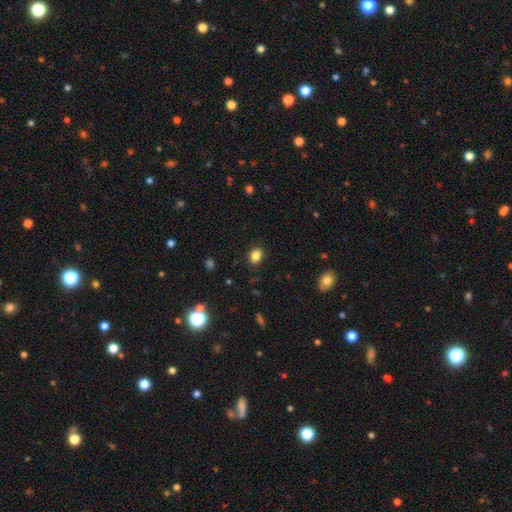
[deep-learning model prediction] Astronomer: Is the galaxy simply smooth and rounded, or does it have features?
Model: smooth — 85%.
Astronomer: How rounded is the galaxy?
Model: in between — 57% (runner-up: round, 42%).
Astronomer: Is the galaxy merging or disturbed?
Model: none — 88%.